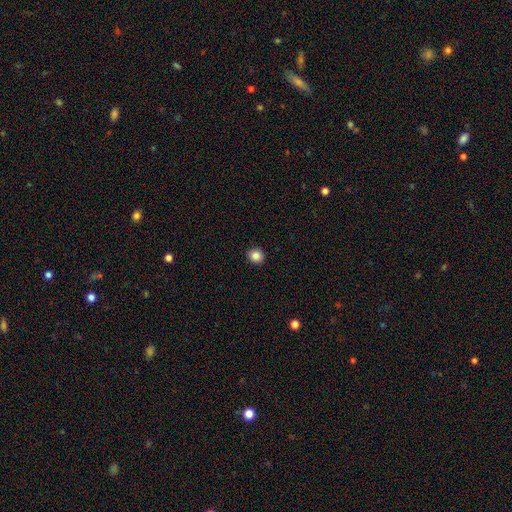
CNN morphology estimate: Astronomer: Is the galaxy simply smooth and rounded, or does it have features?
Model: smooth — 85%.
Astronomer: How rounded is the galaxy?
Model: round — 89%.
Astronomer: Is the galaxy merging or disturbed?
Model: none — 93%.